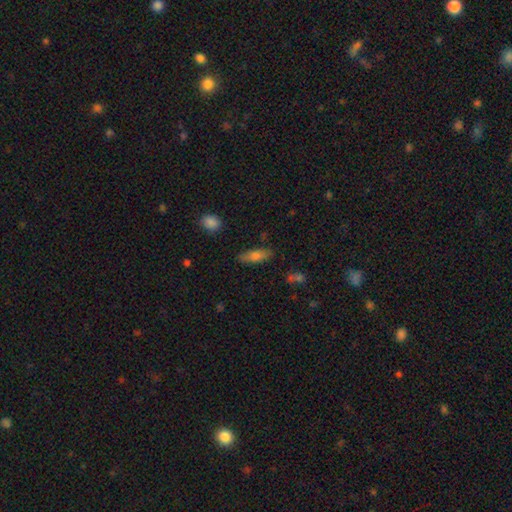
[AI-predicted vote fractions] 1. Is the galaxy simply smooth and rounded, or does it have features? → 74% smooth, 19% featured or disk, 8% star or artifact.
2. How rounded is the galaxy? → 55% in between, 42% cigar-shaped, 3% round.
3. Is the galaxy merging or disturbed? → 84% none, 12% minor disturbance, 3% major disturbance, 2% merger.